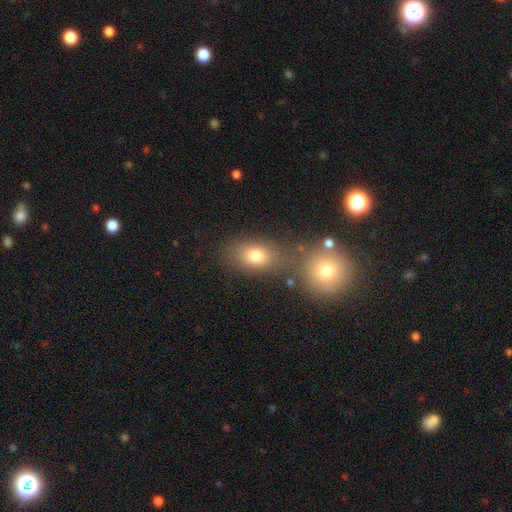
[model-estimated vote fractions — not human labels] Morphology: type=smooth (74%); roundness=in between (68%); merging=none (58%).